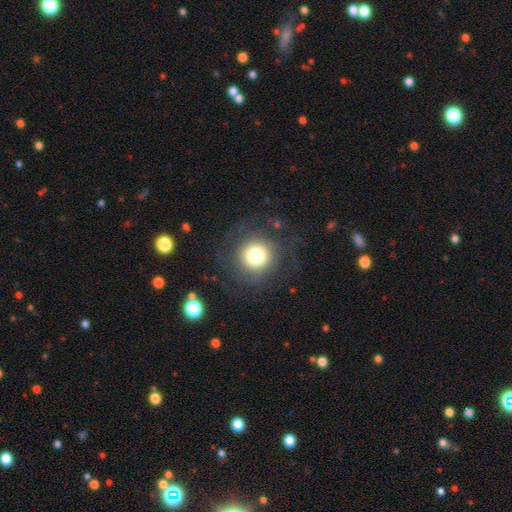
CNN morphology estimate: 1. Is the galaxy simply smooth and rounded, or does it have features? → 58% smooth, 28% featured or disk, 13% star or artifact.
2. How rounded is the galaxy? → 94% round, 5% in between, 1% cigar-shaped.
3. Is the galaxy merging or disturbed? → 75% none, 12% minor disturbance, 11% major disturbance, 2% merger.